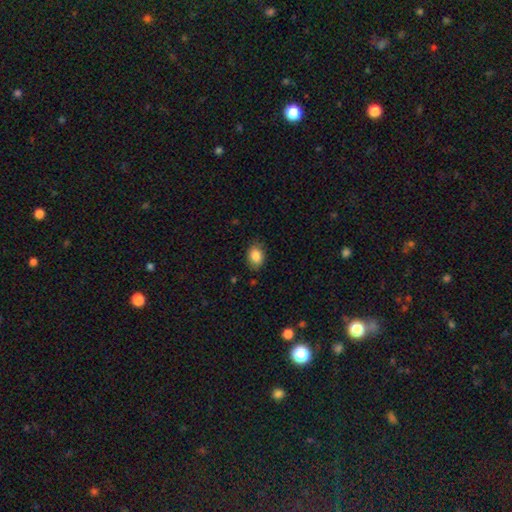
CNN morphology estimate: The model was most divided on "how rounded": in between: 70%, round: 29%, cigar-shaped: 1%. More confident: smooth or featured — smooth (86%); merging — none (82%).